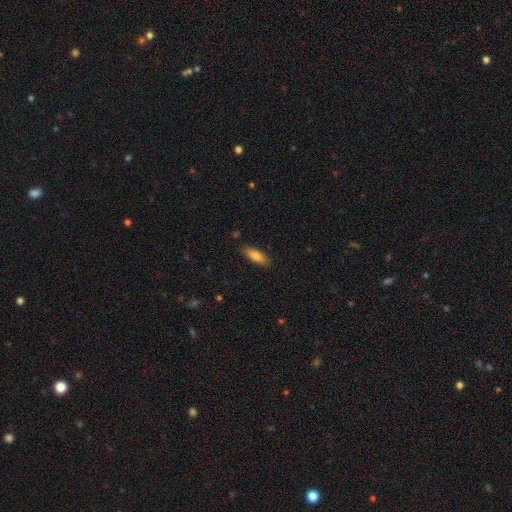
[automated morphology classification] A smooth galaxy with no disk features (79%) that is in between round and cigar-shaped (62%). Merging: none (86%).